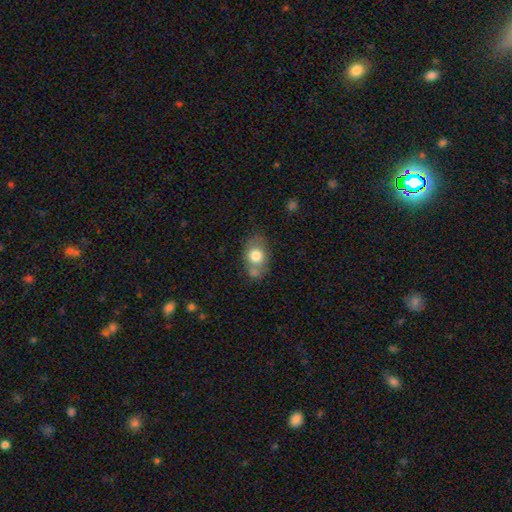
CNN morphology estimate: A smooth galaxy with no disk features (75%) that is in between round and cigar-shaped (67%).

Vote fractions:
- Smooth or featured? smooth: 75% / featured or disk: 17% / star or artifact: 8%
- How rounded? in between: 67% / round: 32% / cigar-shaped: 1%
- Merging? none: 53% / merger: 22% / minor disturbance: 19% / major disturbance: 6%